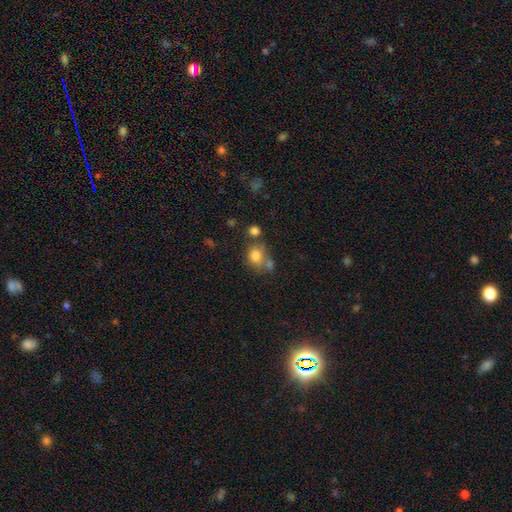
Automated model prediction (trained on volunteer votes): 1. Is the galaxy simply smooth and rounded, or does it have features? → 78% smooth, 11% star or artifact, 11% featured or disk.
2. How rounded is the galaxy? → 50% round, 49% in between, 1% cigar-shaped.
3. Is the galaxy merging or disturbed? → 44% none, 30% merger, 17% minor disturbance, 9% major disturbance.